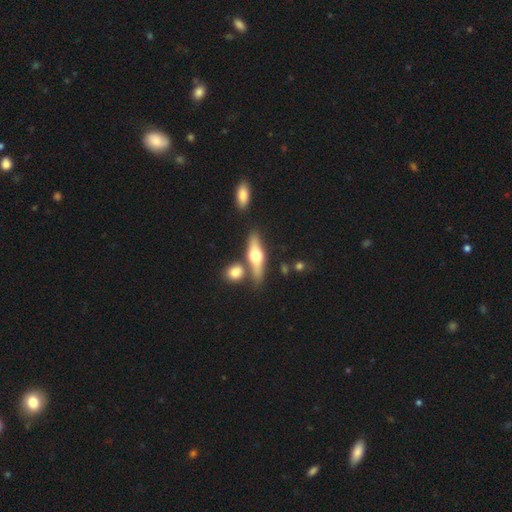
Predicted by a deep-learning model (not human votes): A featured or disk galaxy (55%) viewed edge-on (90%).

Vote fractions:
- Smooth or featured? featured or disk: 55% / smooth: 39% / star or artifact: 6%
- Edge-on disk? yes: 90% / no: 10%
- Merging? none: 70% / merger: 16% / minor disturbance: 11% / major disturbance: 3%